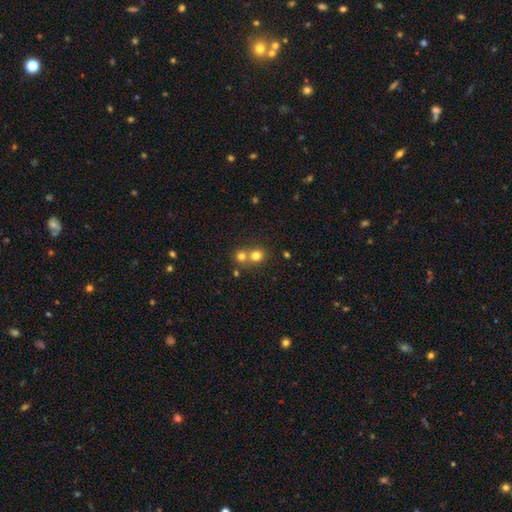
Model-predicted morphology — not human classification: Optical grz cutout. It shows a smooth galaxy with no disk features (76%) that is round (82%). Merging: merger (49%).